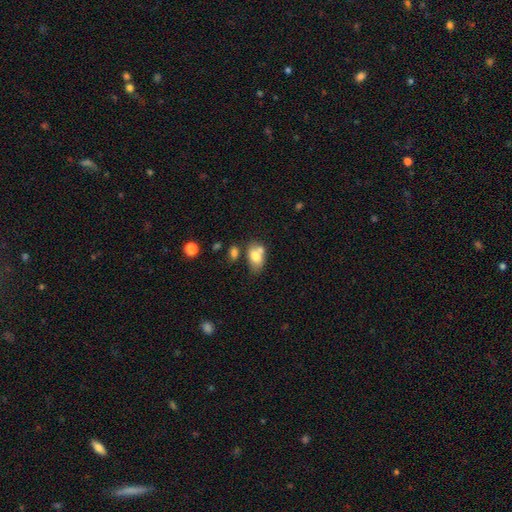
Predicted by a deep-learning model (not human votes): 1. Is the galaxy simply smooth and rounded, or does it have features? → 73% smooth, 18% featured or disk, 9% star or artifact.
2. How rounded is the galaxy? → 86% in between, 13% round, 2% cigar-shaped.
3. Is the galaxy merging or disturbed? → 39% none, 38% merger, 17% minor disturbance, 7% major disturbance.